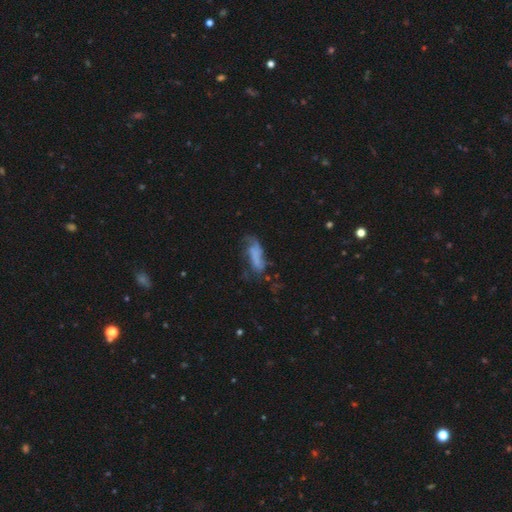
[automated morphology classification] Q: Smooth or featured?
A: smooth (47%); runner-up: featured or disk (41%)
Q: Merging?
A: none (35%); runner-up: major disturbance (33%)